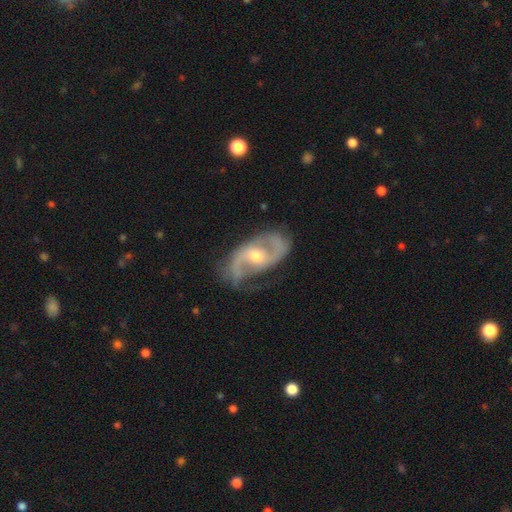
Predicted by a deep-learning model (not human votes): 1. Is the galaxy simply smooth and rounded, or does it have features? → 89% featured or disk, 6% star or artifact, 5% smooth.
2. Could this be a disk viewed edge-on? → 97% no, 3% yes.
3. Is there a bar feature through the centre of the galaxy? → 45% no, 40% weak, 15% strong.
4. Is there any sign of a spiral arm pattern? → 97% yes, 3% no.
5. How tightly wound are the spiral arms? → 54% medium, 25% loose, 22% tight.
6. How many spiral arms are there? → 92% 2, 3% can't tell, 2% 3, 1% 1, 1% 4, 1% more than 4.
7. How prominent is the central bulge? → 59% moderate, 35% small, 3% large, 1% none, 1% dominant.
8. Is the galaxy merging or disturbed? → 79% none, 14% minor disturbance, 5% major disturbance, 2% merger.